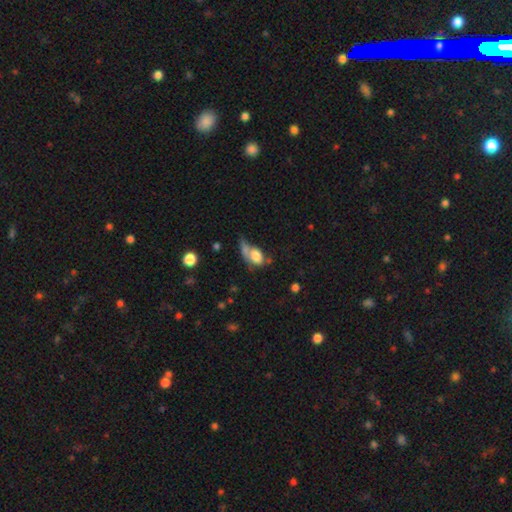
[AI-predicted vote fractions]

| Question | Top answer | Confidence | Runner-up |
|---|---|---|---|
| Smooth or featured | smooth | 72% | featured or disk (18%) |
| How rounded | in between | 75% | round (21%) |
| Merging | merger | 35% | none (24%) |